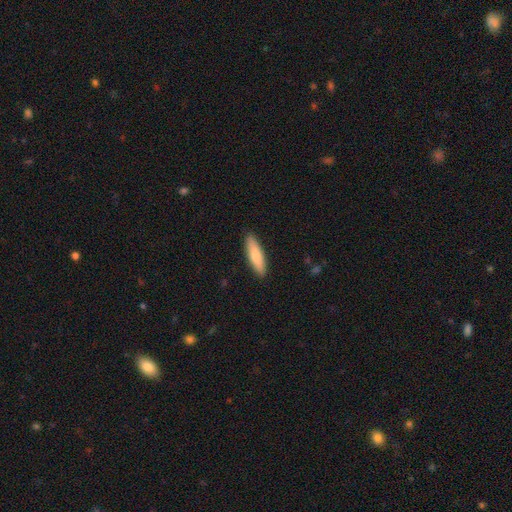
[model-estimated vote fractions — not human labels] The model was most divided on "how rounded": cigar-shaped: 70%, in between: 29%, round: 1%. More confident: merging — none (90%); smooth or featured — smooth (81%).